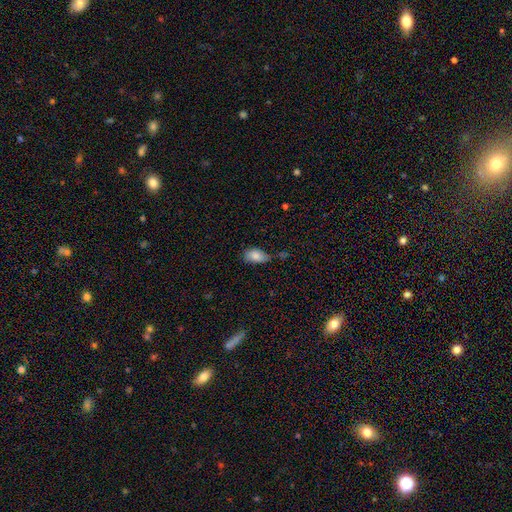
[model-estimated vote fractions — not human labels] Q: Smooth or featured?
A: smooth (84%); runner-up: featured or disk (8%)
Q: How rounded?
A: in between (90%); runner-up: round (8%)
Q: Merging?
A: none (52%); runner-up: minor disturbance (33%)